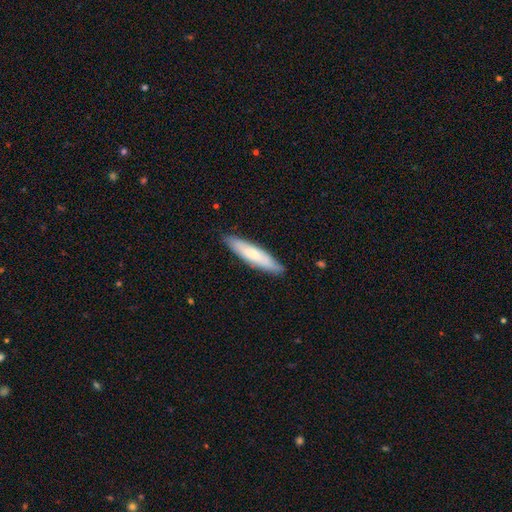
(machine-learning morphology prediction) Q: Smooth or featured?
A: smooth (66%); runner-up: featured or disk (28%)
Q: How rounded?
A: cigar-shaped (84%); runner-up: in between (14%)
Q: Merging?
A: none (89%); runner-up: minor disturbance (8%)